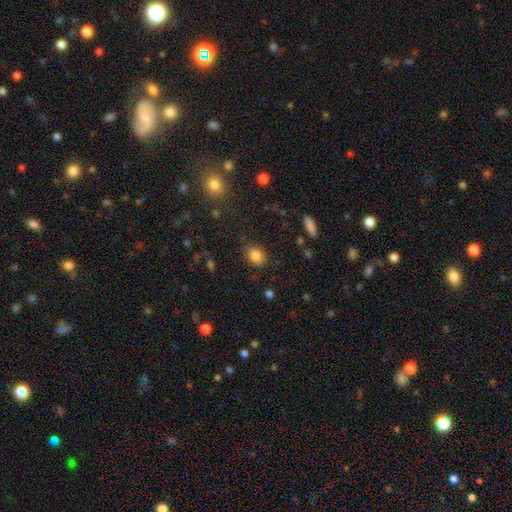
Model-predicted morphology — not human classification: Smooth or featured? Predicted: smooth (p=0.84). How rounded? Predicted: in between (p=0.53). Merging? Predicted: none (p=0.83).